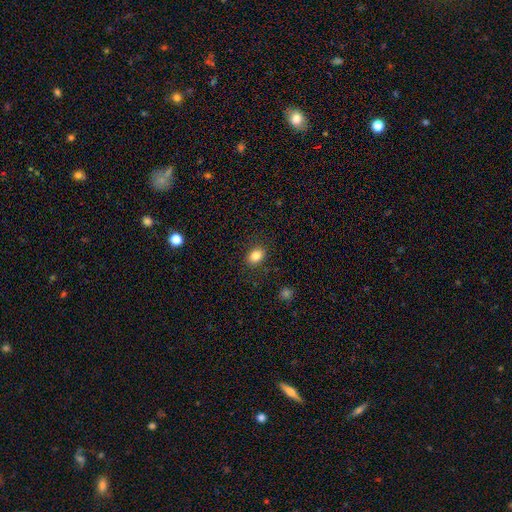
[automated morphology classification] type=smooth (83%); roundness=in between (66%); merging=none (87%).